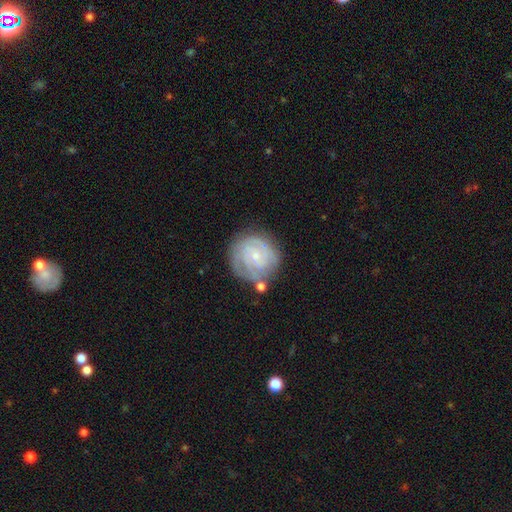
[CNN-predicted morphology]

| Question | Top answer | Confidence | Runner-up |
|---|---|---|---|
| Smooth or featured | featured or disk | 76% | smooth (18%) |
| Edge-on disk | no | 98% | yes (2%) |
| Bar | no | 72% | weak (24%) |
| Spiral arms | yes | 92% | no (8%) |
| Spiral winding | tight | 72% | medium (23%) |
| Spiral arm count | can't tell | 31% | 3 (25%) |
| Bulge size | small | 79% | moderate (16%) |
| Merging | none | 68% | minor disturbance (18%) |